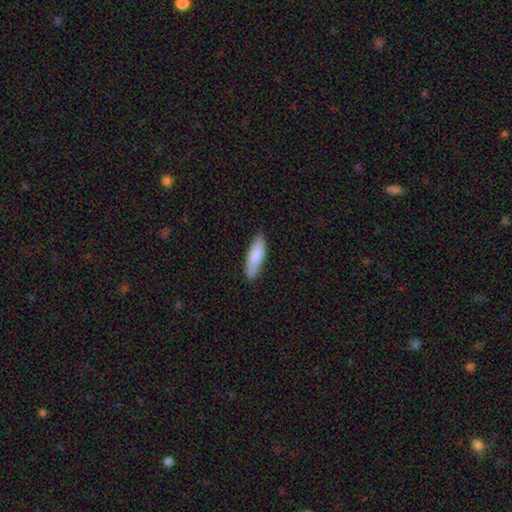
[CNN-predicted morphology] Q: Smooth or featured?
A: smooth (85%); runner-up: featured or disk (10%)
Q: How rounded?
A: in between (54%); runner-up: cigar-shaped (45%)
Q: Merging?
A: none (83%); runner-up: minor disturbance (14%)